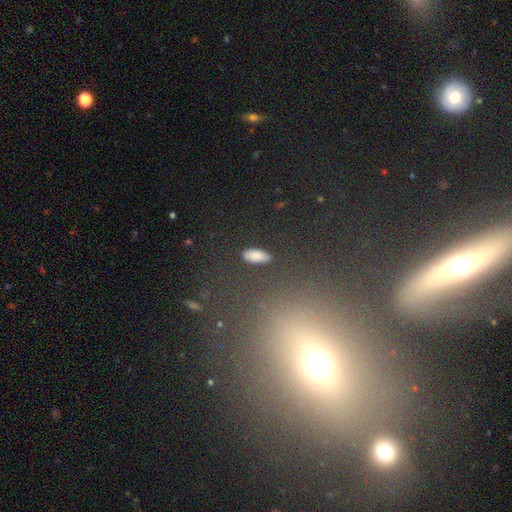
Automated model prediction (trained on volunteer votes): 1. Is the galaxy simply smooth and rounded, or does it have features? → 82% smooth, 12% star or artifact, 6% featured or disk.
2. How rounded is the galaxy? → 83% in between, 13% cigar-shaped, 4% round.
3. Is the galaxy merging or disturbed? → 86% none, 9% minor disturbance, 3% major disturbance, 2% merger.